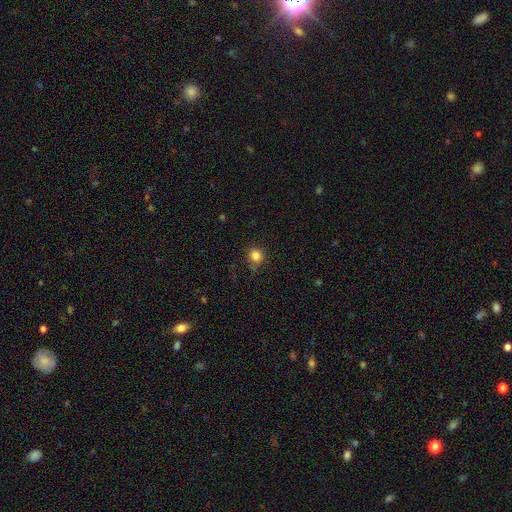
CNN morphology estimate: Overall: smooth (83%). How rounded: round (85%). Merging: none (79%).